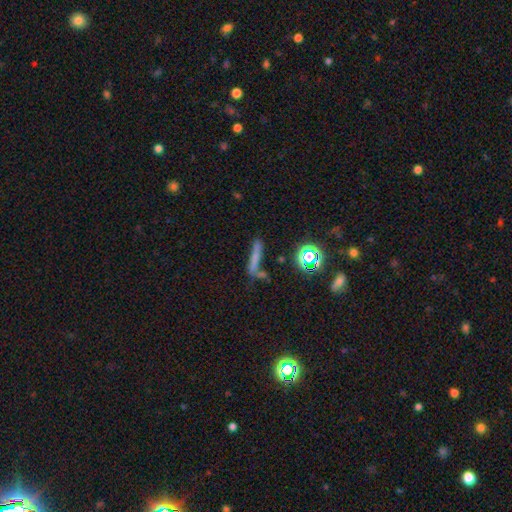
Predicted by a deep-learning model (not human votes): A smooth galaxy with no disk features (51%) that is cigar-shaped (81%).

Vote fractions:
- Smooth or featured? smooth: 51% / star or artifact: 25% / featured or disk: 25%
- How rounded? cigar-shaped: 81% / in between: 12% / round: 7%
- Merging? none: 58% / minor disturbance: 19% / merger: 13% / major disturbance: 10%